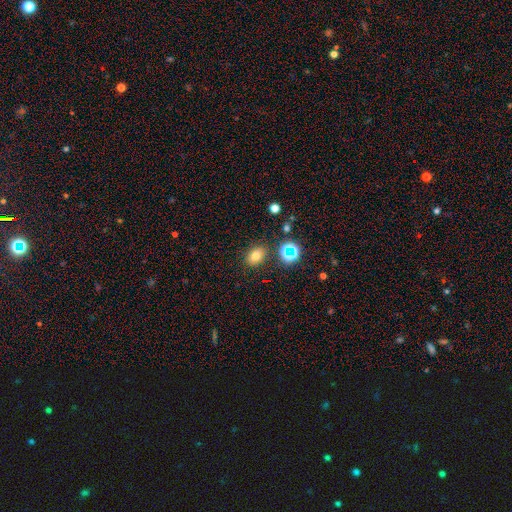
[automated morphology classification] Smooth or featured?
  - smooth: 72% *
  - star or artifact: 18%
  - featured or disk: 10%
How rounded?
  - in between: 68% *
  - round: 30%
  - cigar-shaped: 1%
Merging?
  - none: 82% *
  - minor disturbance: 10%
  - merger: 4%
  - major disturbance: 3%